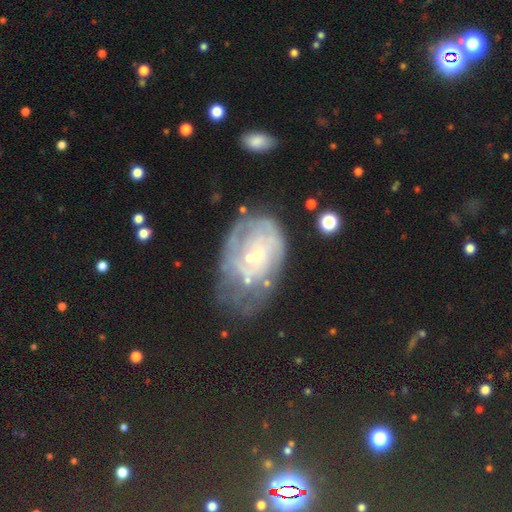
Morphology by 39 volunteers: featured or disk 77%, smooth 18%, star or artifact 5%. Down the decision tree: edge-on disk — no (100%); bar — no (70%); spiral arms — yes (70%); spiral arm count — can't tell (67%); spiral winding — tight (62%); bulge size — small (83%); merging — major disturbance (43%).